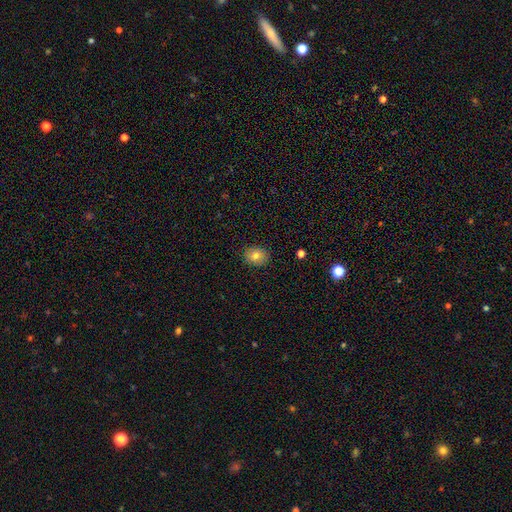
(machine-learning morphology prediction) This appears to be a smooth galaxy with no disk features (79%) that is round (63%). Merging: none (89%).